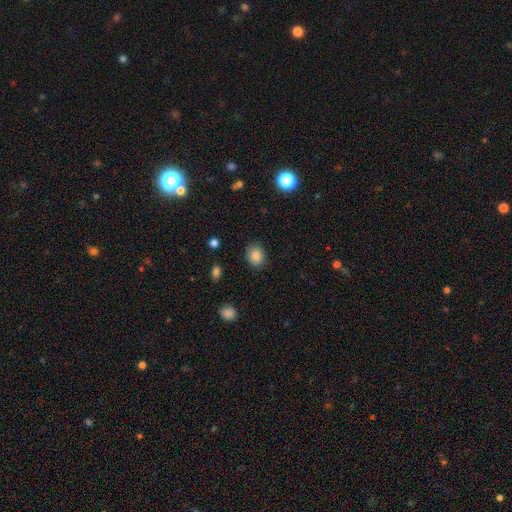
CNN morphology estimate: This is clearly a smooth galaxy (84%). How rounded: possibly in between (51%). Merging: clearly none (85%).